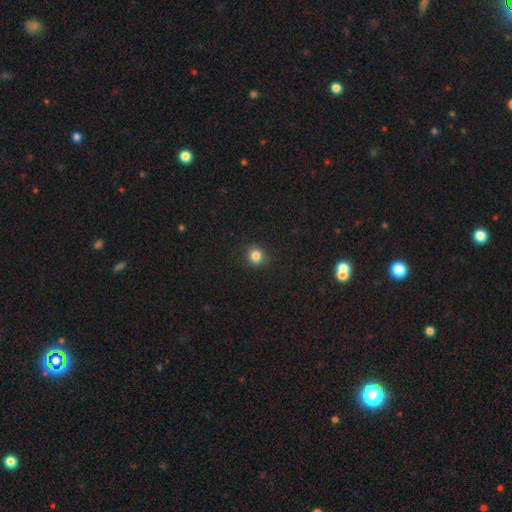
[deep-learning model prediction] smooth_or_featured: smooth (p=0.84) [alt: star or artifact p=0.12]
how_rounded: round (p=0.86) [alt: in between p=0.13]
merging: none (p=0.90) [alt: minor disturbance p=0.07]